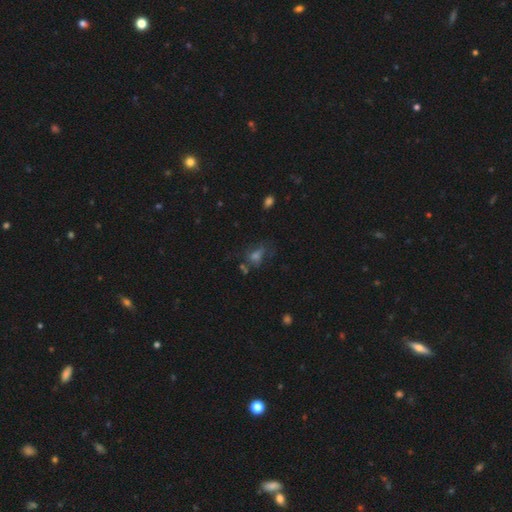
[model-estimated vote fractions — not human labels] Smooth or featured?
  - smooth: 40% *
  - star or artifact: 33%
  - featured or disk: 27%
Merging?
  - none: 49% *
  - major disturbance: 21%
  - minor disturbance: 21%
  - merger: 9%